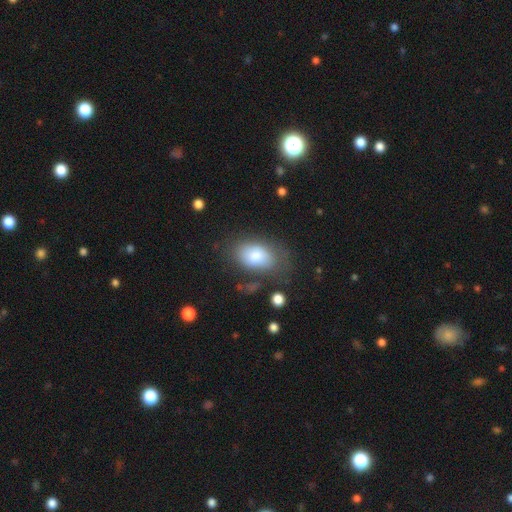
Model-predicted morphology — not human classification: smooth-or-featured: smooth: 78% | featured or disk: 15% | star or artifact: 7%
  how-rounded: in between: 88% | round: 10% | cigar-shaped: 1%
  merging: none: 59% | minor disturbance: 23% | major disturbance: 14% | merger: 4%